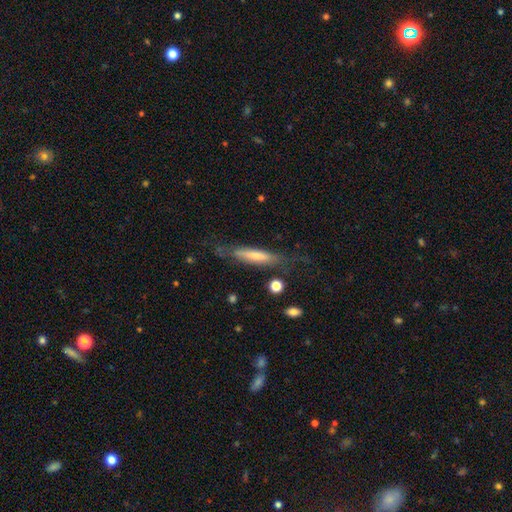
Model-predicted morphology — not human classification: smooth_or_featured: featured or disk (p=0.47) [alt: smooth p=0.46]
merging: none (p=0.66) [alt: minor disturbance p=0.21]